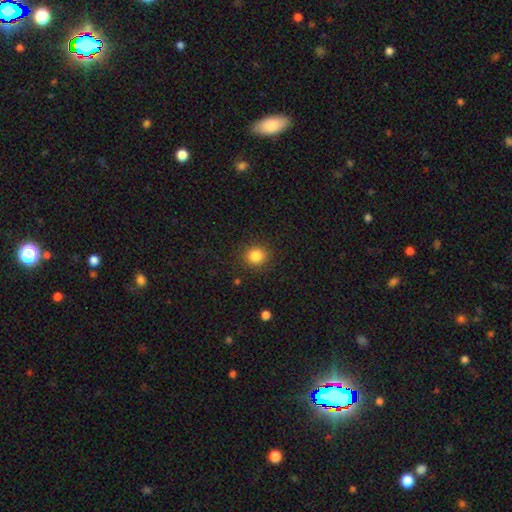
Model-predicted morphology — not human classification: Overall: smooth (84%). How rounded: round (88%). Merging: none (89%).